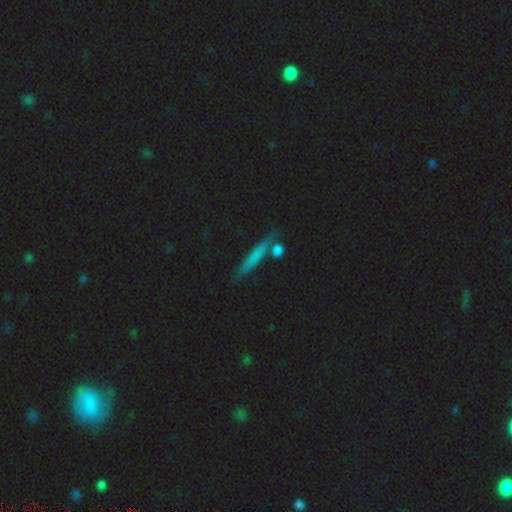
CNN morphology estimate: Smooth or featured? Predicted: smooth (p=0.58). How rounded? Predicted: cigar-shaped (p=0.82). Merging? Predicted: none (p=0.78).